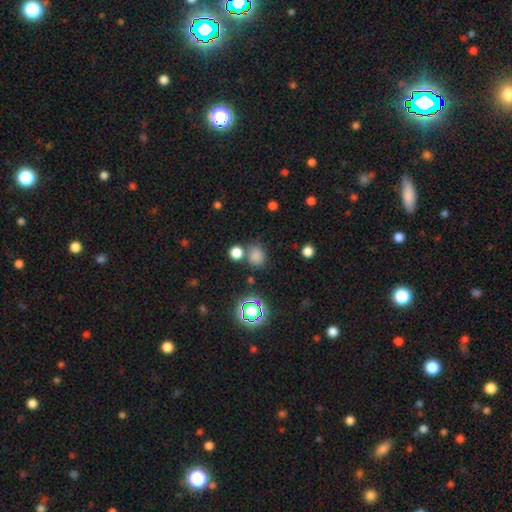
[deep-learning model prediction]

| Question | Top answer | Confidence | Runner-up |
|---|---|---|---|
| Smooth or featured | smooth | 75% | star or artifact (19%) |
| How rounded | round | 70% | in between (29%) |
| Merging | none | 69% | merger (15%) |